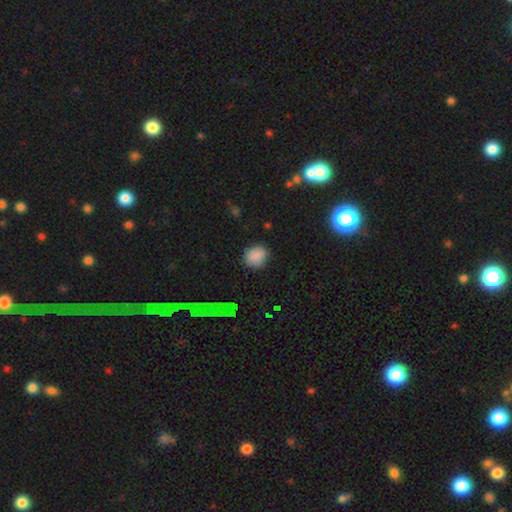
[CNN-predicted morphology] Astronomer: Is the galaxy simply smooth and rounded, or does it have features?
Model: smooth — 87%.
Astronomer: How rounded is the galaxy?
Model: round — 76%.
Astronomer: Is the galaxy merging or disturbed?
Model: none — 80%.